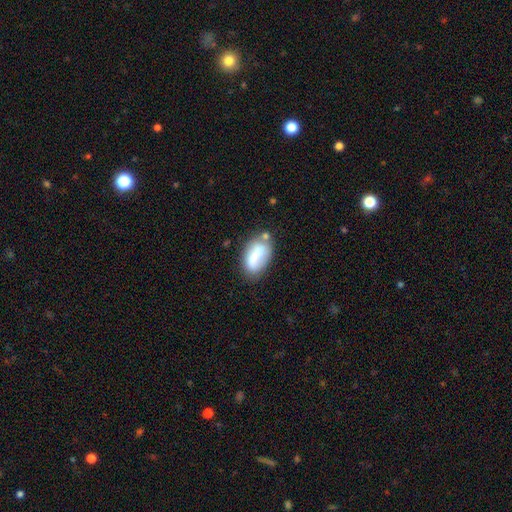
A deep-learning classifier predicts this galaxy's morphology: Overall: smooth (70%). How rounded: in between (92%). Merging: none (51%; minor disturbance 24%).